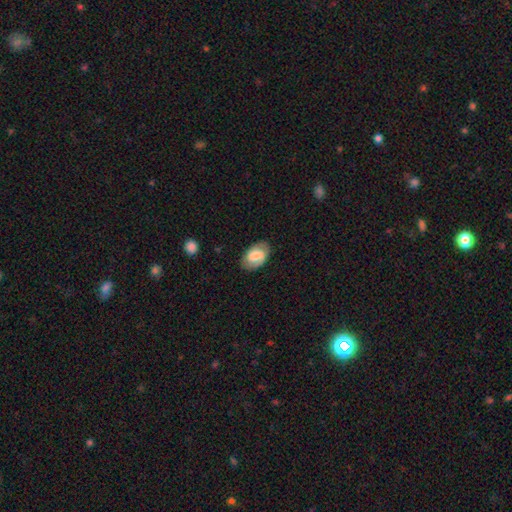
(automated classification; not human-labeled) smooth 54%, featured or disk 39%, star or artifact 7%. Down the decision tree: how rounded — in between (90%); merging — none (80%).